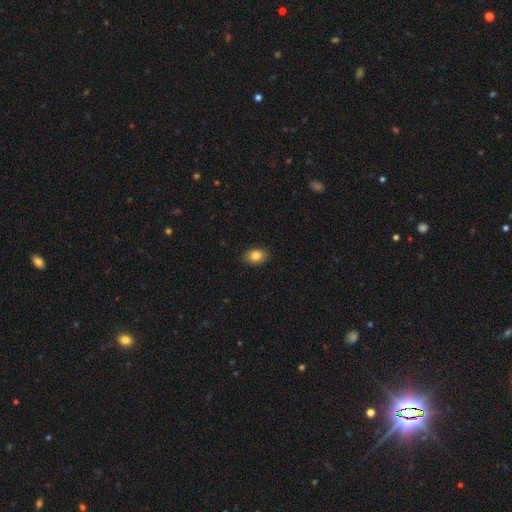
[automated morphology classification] This is clearly a smooth galaxy (82%). How rounded: clearly in between (83%). Merging: clearly none (89%).